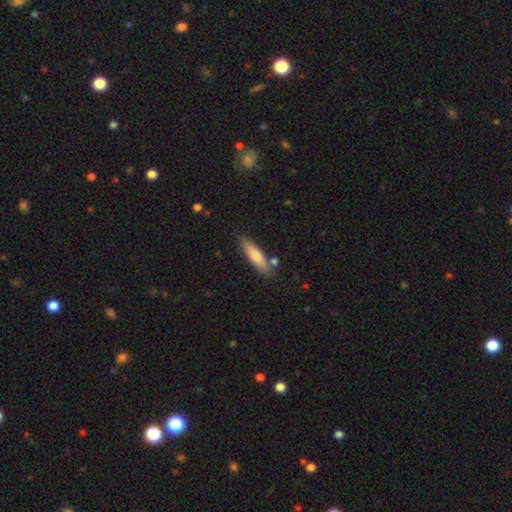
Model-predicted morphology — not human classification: Smooth or featured: smooth — 69% (featured or disk — 24%)
How rounded: cigar-shaped — 72% (in between — 26%)
Merging: none — 80% (minor disturbance — 12%)